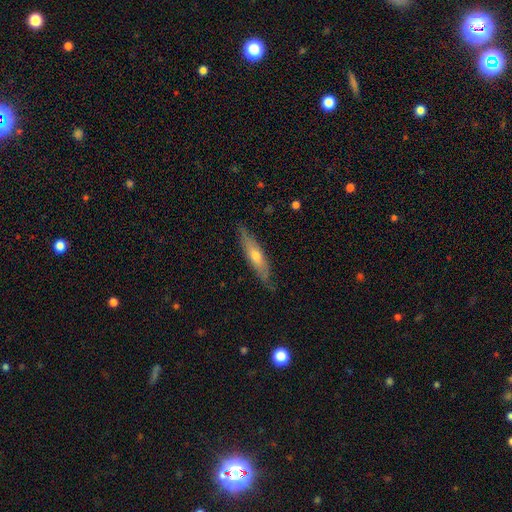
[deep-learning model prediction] A featured or disk galaxy (54%) viewed edge-on (72%). Merging: none (80%).